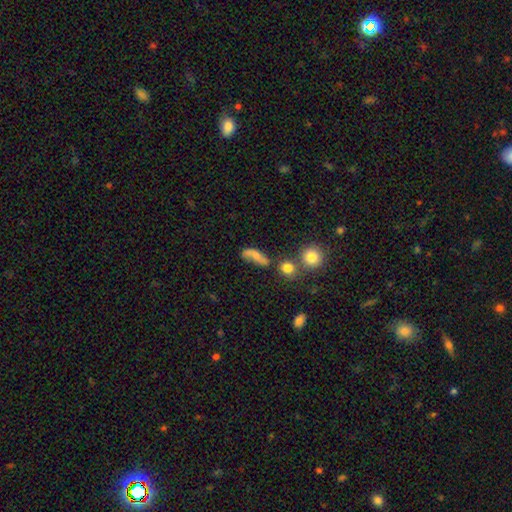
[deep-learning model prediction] This is possibly a smooth galaxy (59%). How rounded: possibly in between (60%). Merging: marginally none (39%).